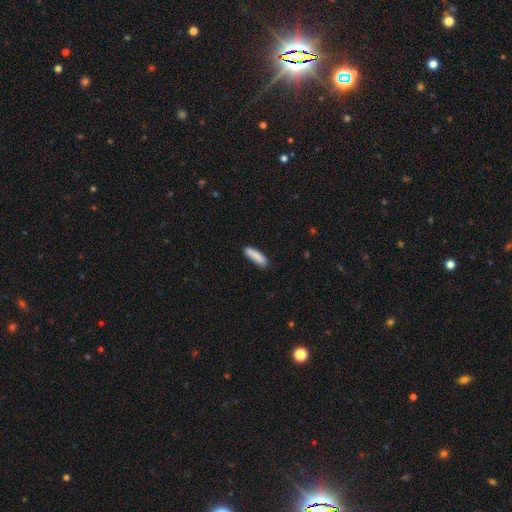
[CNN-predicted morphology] Smooth or featured: smooth — 89% (star or artifact — 6%)
How rounded: cigar-shaped — 66% (in between — 33%)
Merging: none — 83% (minor disturbance — 13%)